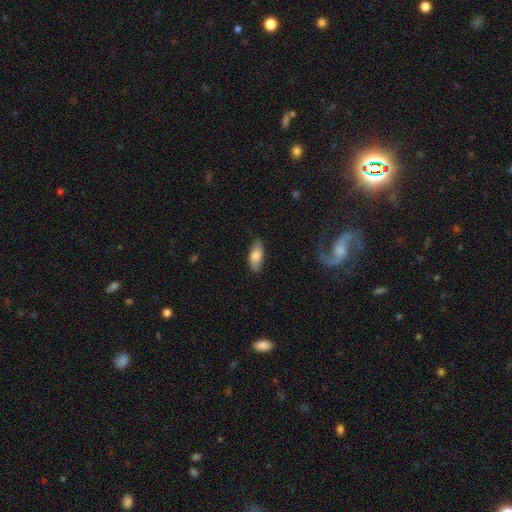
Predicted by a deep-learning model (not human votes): Overall: smooth (78%). How rounded: in between (81%). Merging: none (83%).